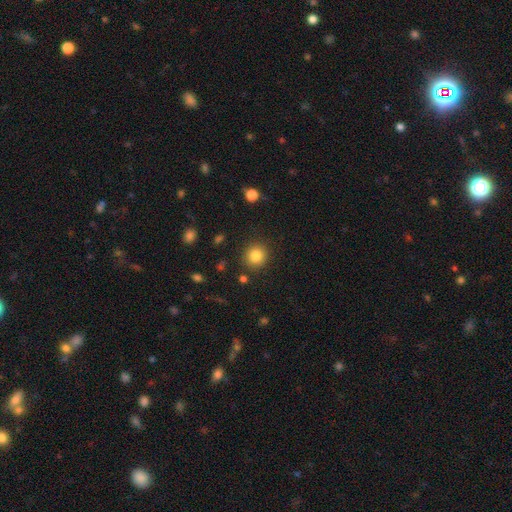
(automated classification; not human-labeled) This is clearly a smooth galaxy (83%). How rounded: clearly round (91%). Merging: clearly none (89%).